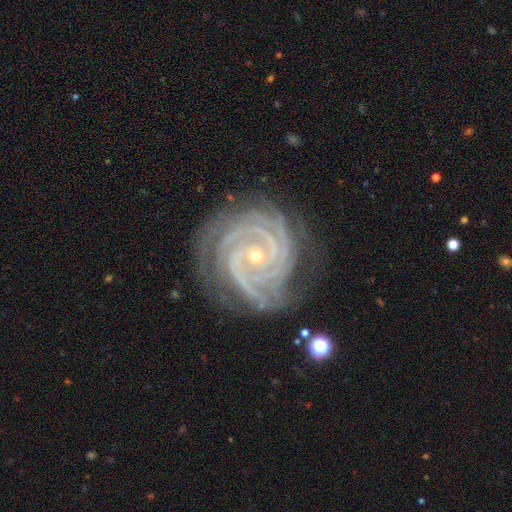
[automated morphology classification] The model was most divided on "spiral arm count": 3: 28%, 4: 27%, 2: 16%, more than 4: 11%, can't tell: 11%, 1: 7%. More confident: spiral arms — yes (99%); edge-on disk — no (98%); smooth or featured — featured or disk (93%); spiral winding — tight (83%); bulge size — small (78%); merging — none (76%); bar — no (62%).